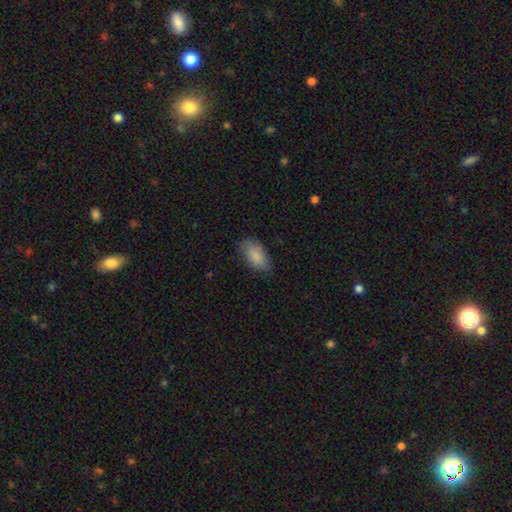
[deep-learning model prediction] Morphology: type=smooth (86%); roundness=in between (93%); merging=none (75%).